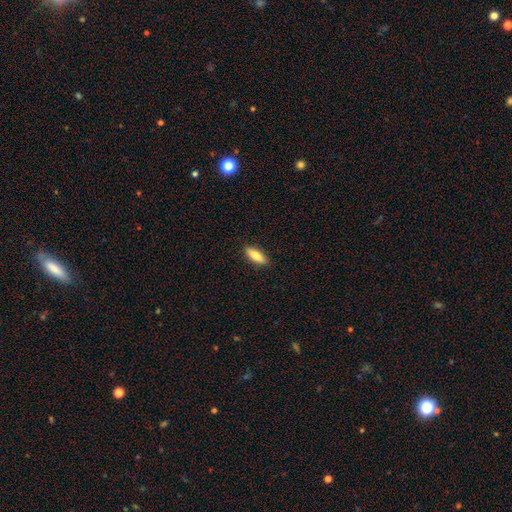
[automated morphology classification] type=smooth (81%); roundness=in between (64%); merging=none (89%).